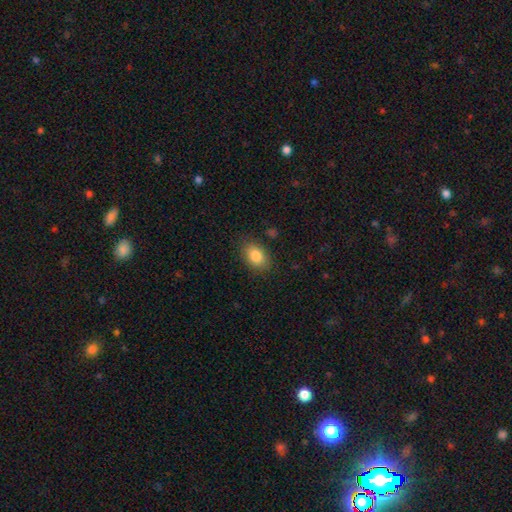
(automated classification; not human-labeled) Smooth or featured?
  - smooth: 83% *
  - star or artifact: 8%
  - featured or disk: 8%
How rounded?
  - in between: 79% *
  - round: 20%
  - cigar-shaped: 1%
Merging?
  - none: 84% *
  - minor disturbance: 12%
  - major disturbance: 3%
  - merger: 1%